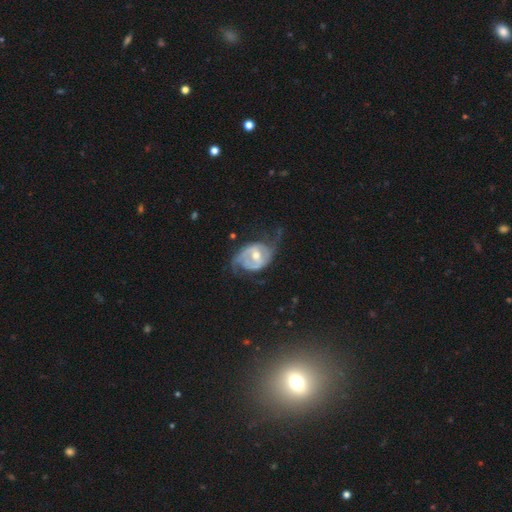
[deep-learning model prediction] A featured or disk galaxy (79%) with a weak bar (44%), 2 (70%) medium (37%, tied with loose) spiral arms (81%) and a moderate central bulge (73%). Merging: none (46%).